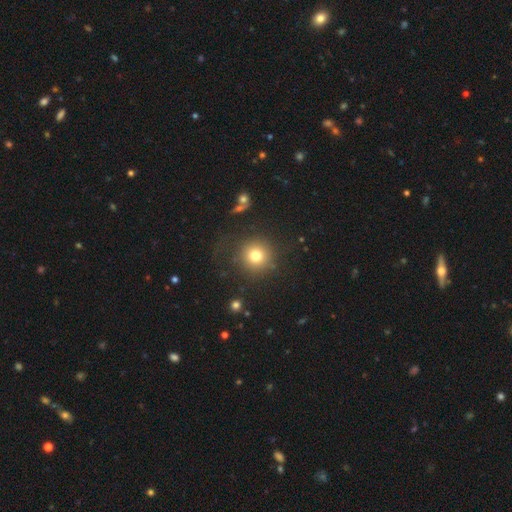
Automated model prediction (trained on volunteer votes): smooth-or-featured: smooth: 77% | star or artifact: 14% | featured or disk: 10%
  how-rounded: round: 94% | in between: 5% | cigar-shaped: 1%
  merging: none: 82% | minor disturbance: 9% | major disturbance: 6% | merger: 2%